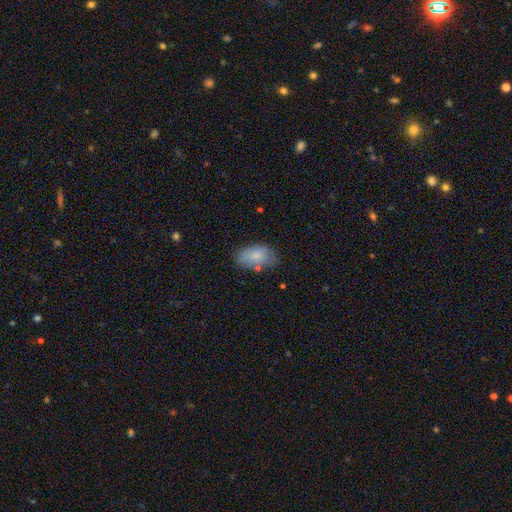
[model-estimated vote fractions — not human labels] Smooth or featured? Predicted: smooth (p=0.82). How rounded? Predicted: in between (p=0.92). Merging? Predicted: none (p=0.67).